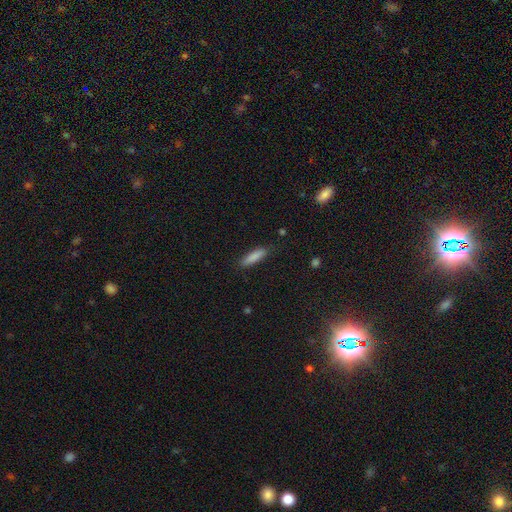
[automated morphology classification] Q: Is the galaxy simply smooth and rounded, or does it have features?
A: smooth — 86%.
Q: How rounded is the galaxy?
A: cigar-shaped — 70%.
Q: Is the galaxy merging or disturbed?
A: none — 83%.